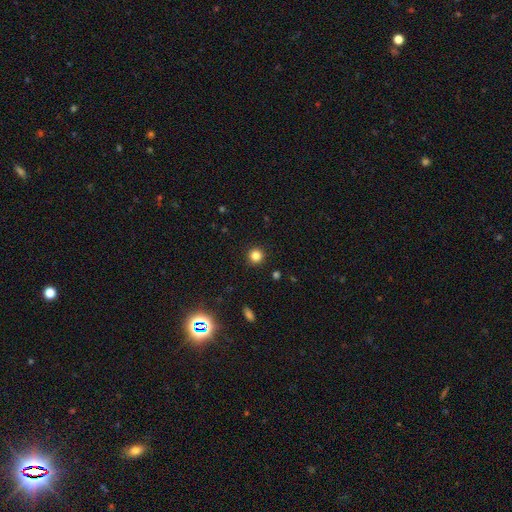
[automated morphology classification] Overall: smooth (82%). How rounded: round (95%). Merging: none (92%).